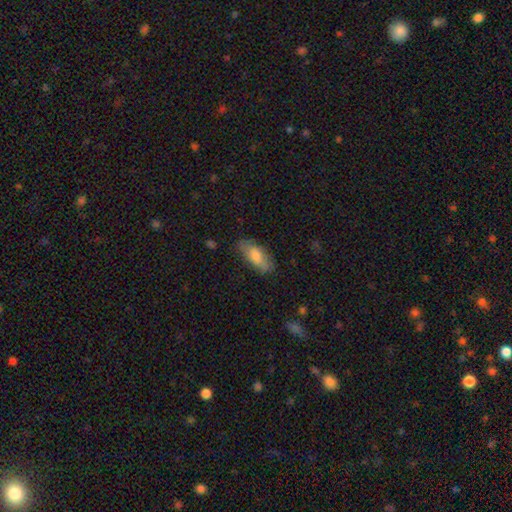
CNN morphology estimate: A smooth galaxy with no disk features (76%) that is in between round and cigar-shaped (77%). Merging: none (76%).